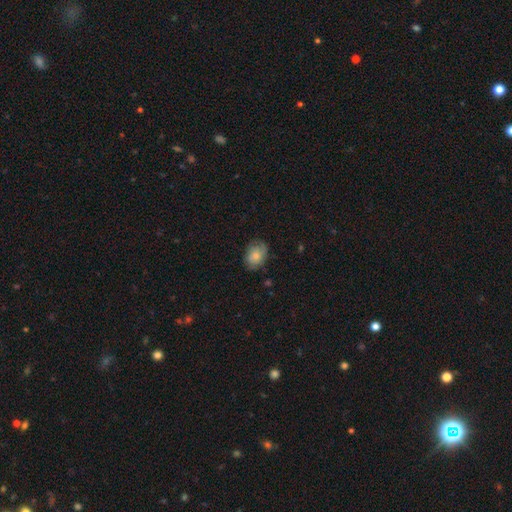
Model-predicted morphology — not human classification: smooth 70%, featured or disk 23%, star or artifact 7%. Down the decision tree: how rounded — in between (70%); merging — none (68%).